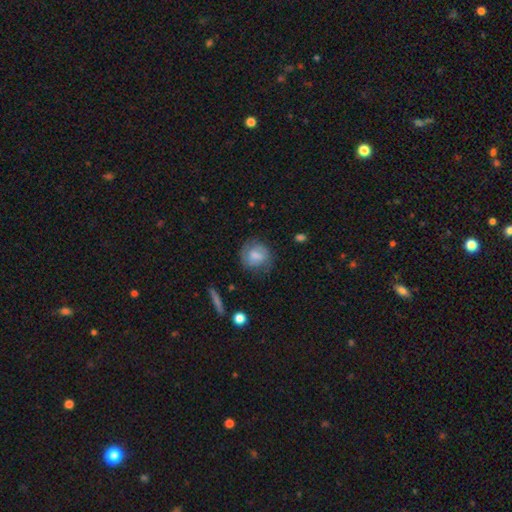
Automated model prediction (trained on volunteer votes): smooth_or_featured: smooth (p=0.63) [alt: featured or disk p=0.30]
how_rounded: round (p=0.73) [alt: in between p=0.26]
merging: none (p=0.65) [alt: minor disturbance p=0.23]